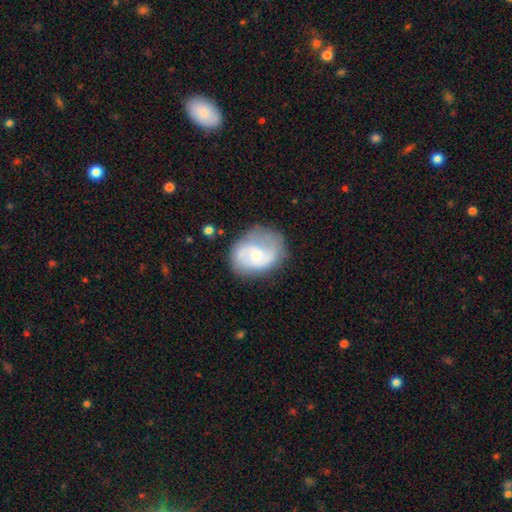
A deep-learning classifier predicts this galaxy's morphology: smooth-or-featured: featured or disk: 62% | smooth: 31% | star or artifact: 7%
  disk-edge-on: no: 97% | yes: 3%
    bar: no: 64% | weak: 30% | strong: 6%
    has-spiral-arms: yes: 82% | no: 18%
    bulge-size: small: 60% | moderate: 34% | none: 3% | large: 2% | dominant: 1%
  merging: none: 59% | minor disturbance: 25% | major disturbance: 13% | merger: 3%